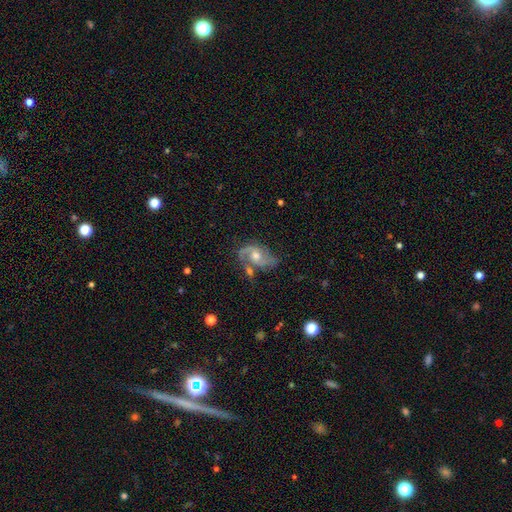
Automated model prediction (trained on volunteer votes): featured or disk 84%, smooth 10%, star or artifact 6%. Down the decision tree: edge-on disk — no (97%); bar — no (60%); spiral arms — yes (95%); spiral arm count — 2 (87%); spiral winding — medium (49%); bulge size — moderate (68%); merging — none (54%).